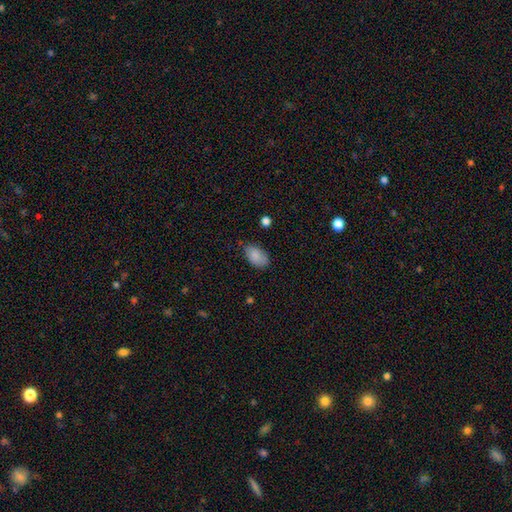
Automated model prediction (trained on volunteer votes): smooth_or_featured: smooth (p=0.87) [alt: star or artifact p=0.07]
how_rounded: in between (p=0.92) [alt: round p=0.06]
merging: none (p=0.68) [alt: minor disturbance p=0.26]